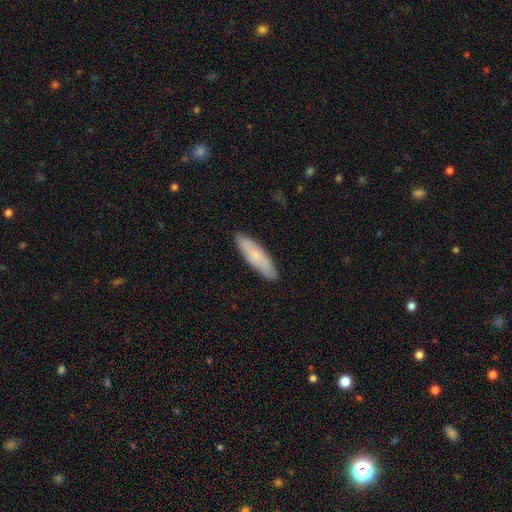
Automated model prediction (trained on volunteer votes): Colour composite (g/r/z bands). It shows a smooth galaxy with no disk features (65%) that is cigar-shaped (59%). Merging: none (87%).